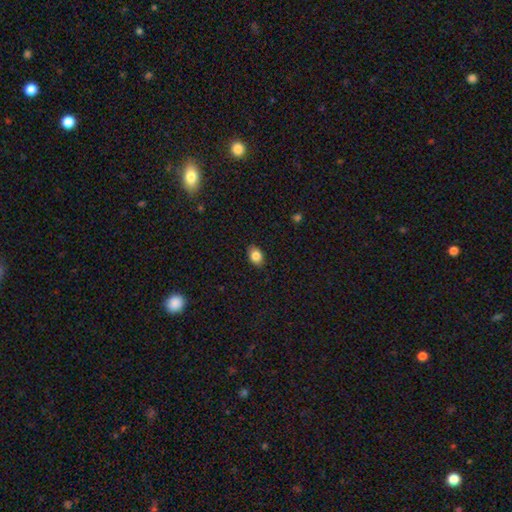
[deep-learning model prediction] smooth_or_featured: smooth (p=0.84) [alt: star or artifact p=0.09]
how_rounded: in between (p=0.74) [alt: round p=0.25]
merging: none (p=0.87) [alt: minor disturbance p=0.10]